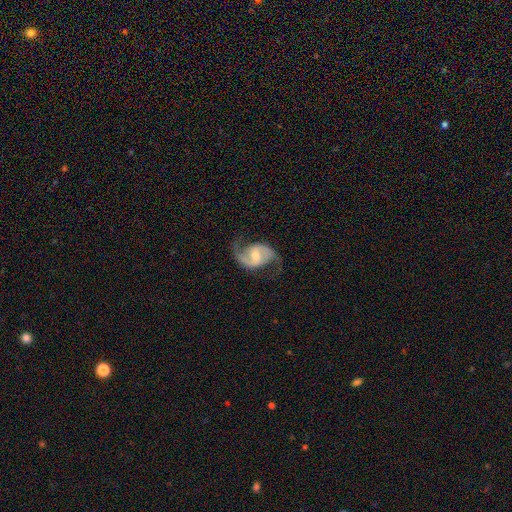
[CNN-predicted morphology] smooth-or-featured: featured or disk: 89% | smooth: 6% | star or artifact: 5%
  disk-edge-on: no: 98% | yes: 2%
    bar: weak: 47% | no: 39% | strong: 14%
    has-spiral-arms: yes: 97% | no: 3%
      spiral-winding: medium: 46% | loose: 43% | tight: 10%
      spiral-arm-count: 2: 93% | can't tell: 2% | 1: 2% | 3: 1% | 4: 1% | more than 4: 1%
    bulge-size: moderate: 60% | small: 30% | large: 6% | none: 4% | dominant: 1%
  merging: none: 75% | minor disturbance: 15% | major disturbance: 9% | merger: 1%